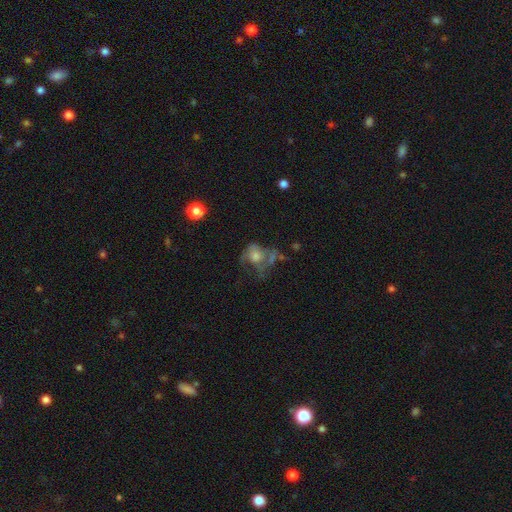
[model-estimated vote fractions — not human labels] Smooth or featured? Predicted: featured or disk (p=0.51). Edge-on disk? Predicted: no (p=0.97). Merging? Predicted: major disturbance (p=0.43).